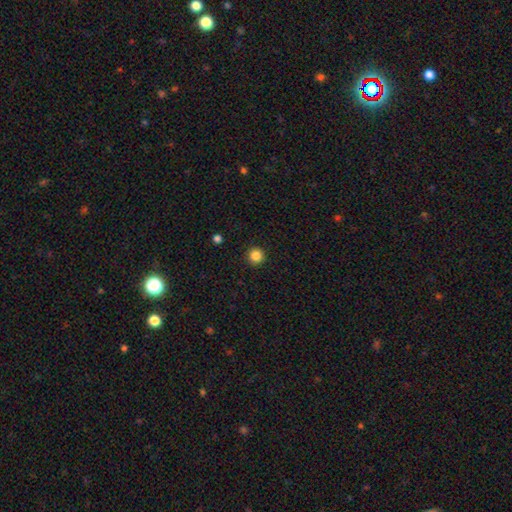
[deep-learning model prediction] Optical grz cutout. It shows a smooth galaxy with no disk features (85%) that is round (95%). Merging: none (93%).